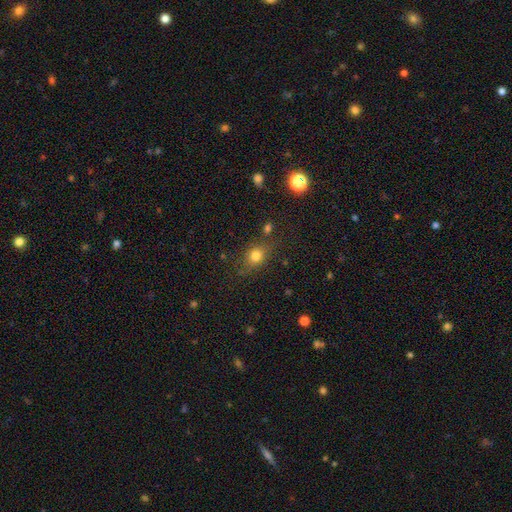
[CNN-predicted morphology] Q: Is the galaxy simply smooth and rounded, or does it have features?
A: smooth — 77%.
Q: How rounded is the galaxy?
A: round — 56%.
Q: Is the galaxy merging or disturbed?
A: none — 71%.